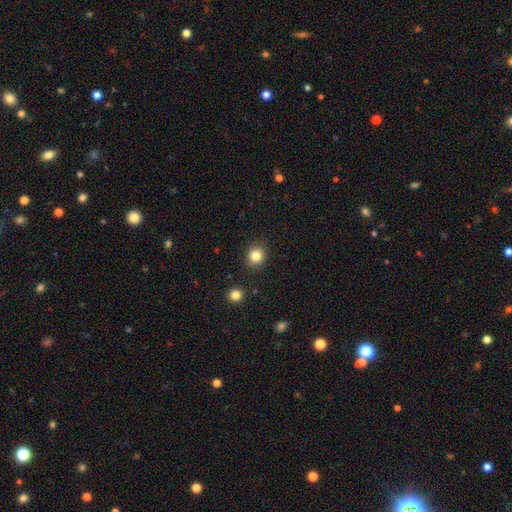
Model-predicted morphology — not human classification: Q: Smooth or featured?
A: smooth (83%); runner-up: star or artifact (11%)
Q: How rounded?
A: round (84%); runner-up: in between (15%)
Q: Merging?
A: none (90%); runner-up: minor disturbance (7%)